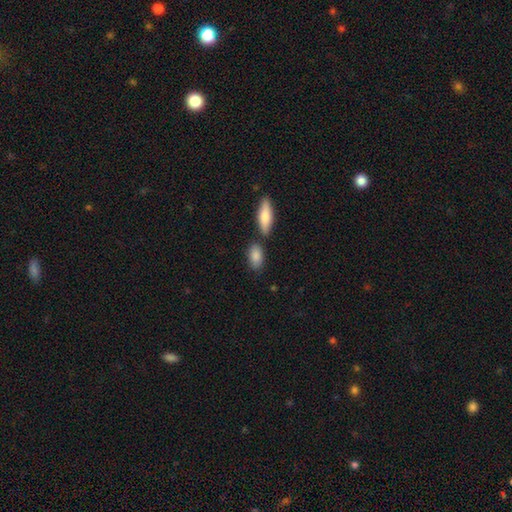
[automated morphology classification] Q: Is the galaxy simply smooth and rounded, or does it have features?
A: smooth — 86%.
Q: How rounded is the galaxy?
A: in between — 89%.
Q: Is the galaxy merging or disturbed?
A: none — 66%.